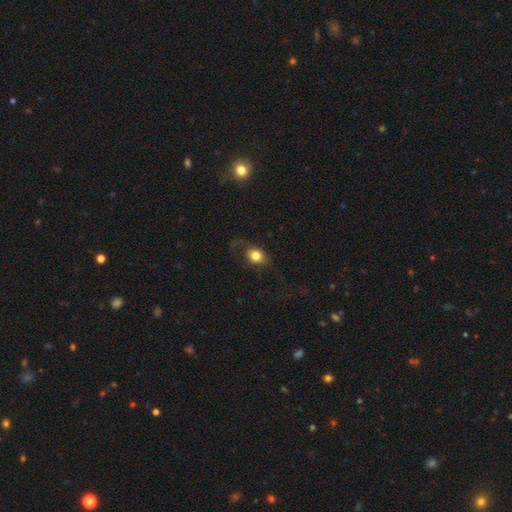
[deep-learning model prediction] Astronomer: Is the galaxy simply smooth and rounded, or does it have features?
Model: smooth — 76%.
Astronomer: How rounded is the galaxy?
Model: in between — 56% (runner-up: round, 42%).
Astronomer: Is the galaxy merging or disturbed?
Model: none — 55%.